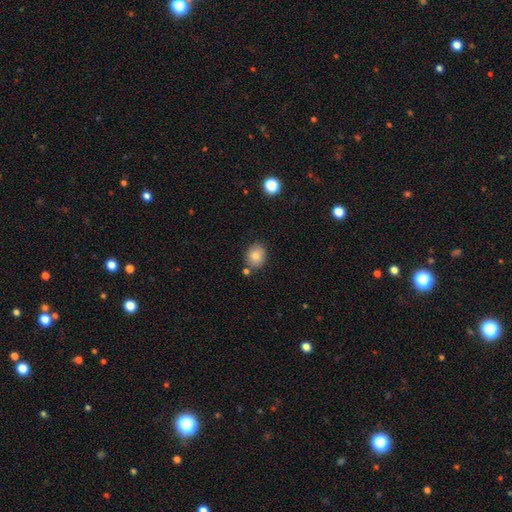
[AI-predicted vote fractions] Smooth or featured? smooth (81%)
How rounded? round (63%)
Merging? none (77%)